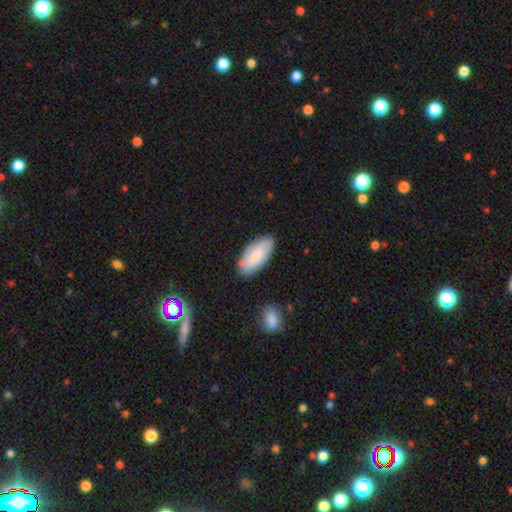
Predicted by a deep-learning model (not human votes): Smooth or featured?
  - smooth: 72% *
  - featured or disk: 22%
  - star or artifact: 6%
How rounded?
  - in between: 90% *
  - cigar-shaped: 8%
  - round: 2%
Merging?
  - none: 81% *
  - minor disturbance: 14%
  - merger: 3%
  - major disturbance: 3%